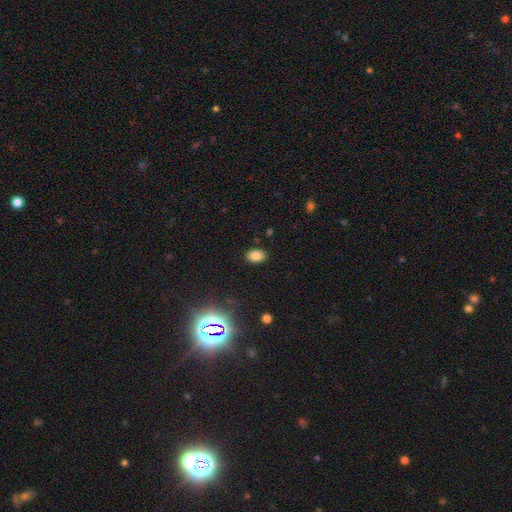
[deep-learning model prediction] The model was most divided on "smooth or featured": smooth: 81%, star or artifact: 13%, featured or disk: 6%. More confident: merging — none (88%); how rounded — in between (84%).